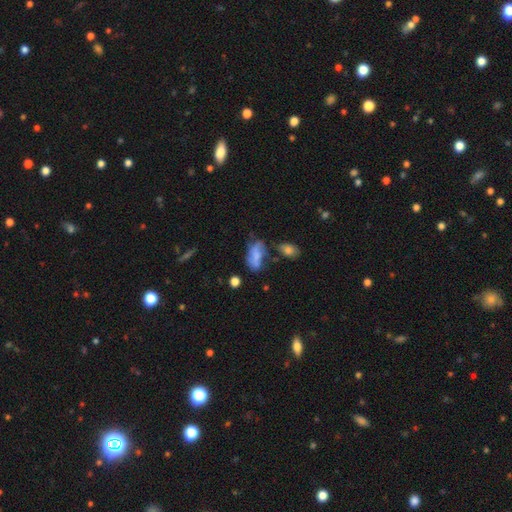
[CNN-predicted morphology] Overall: smooth (64%; featured or disk 26%). How rounded: in between (86%). Merging: none (39%; minor disturbance 30%).